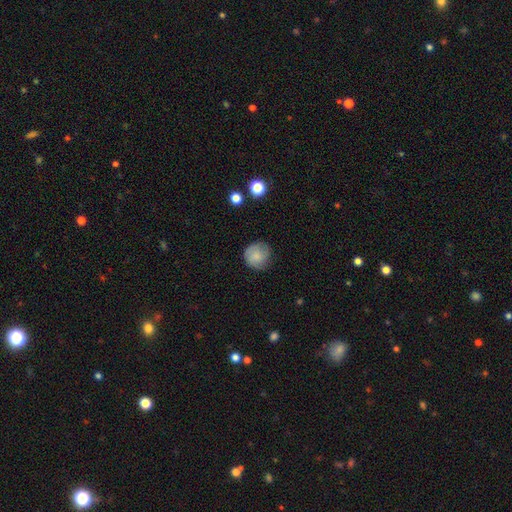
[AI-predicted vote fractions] This is likely a smooth galaxy (74%). How rounded: clearly round (91%). Merging: likely none (77%).